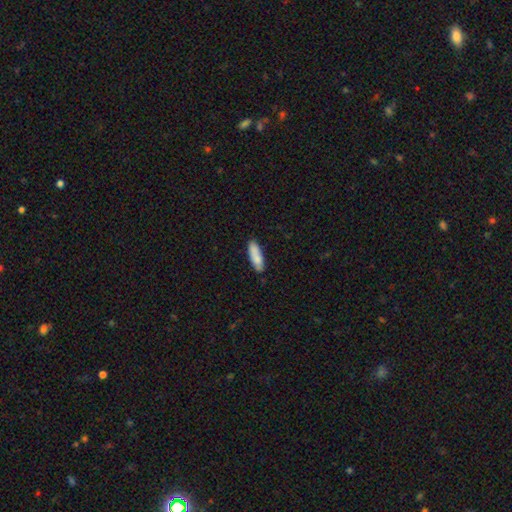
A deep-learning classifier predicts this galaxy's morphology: A smooth galaxy with no disk features (85%) that is in between round and cigar-shaped (54%).

Vote fractions:
- Smooth or featured? smooth: 85% / featured or disk: 9% / star or artifact: 6%
- How rounded? in between: 54% / cigar-shaped: 45% / round: 2%
- Merging? none: 81% / minor disturbance: 15% / major disturbance: 2% / merger: 2%